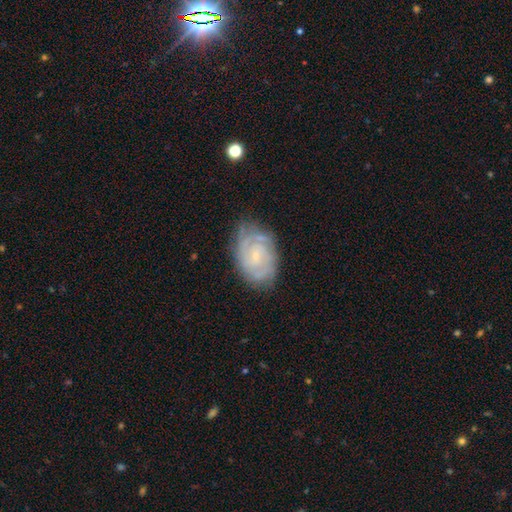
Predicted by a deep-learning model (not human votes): Q: Smooth or featured?
A: featured or disk (81%); runner-up: smooth (13%)
Q: Edge-on disk?
A: no (97%); runner-up: yes (3%)
Q: Bar?
A: no (66%); runner-up: weak (29%)
Q: Spiral arms?
A: yes (94%); runner-up: no (6%)
Q: Spiral winding?
A: tight (71%); runner-up: medium (24%)
Q: Spiral arm count?
A: can't tell (33%); runner-up: 2 (31%)
Q: Bulge size?
A: small (80%); runner-up: moderate (15%)
Q: Merging?
A: none (74%); runner-up: minor disturbance (19%)